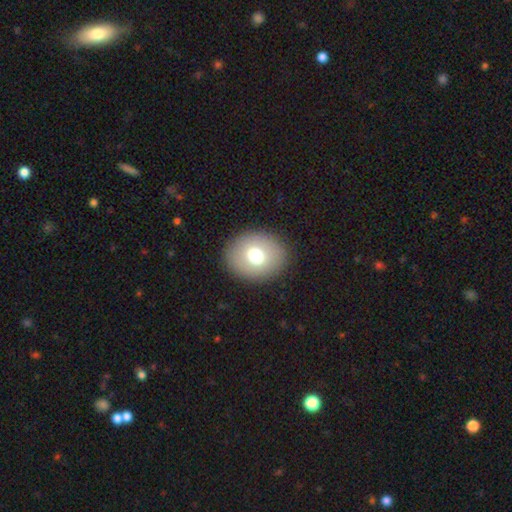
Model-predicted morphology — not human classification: This is likely a smooth galaxy (72%). How rounded: possibly round (59%). Merging: clearly none (89%).